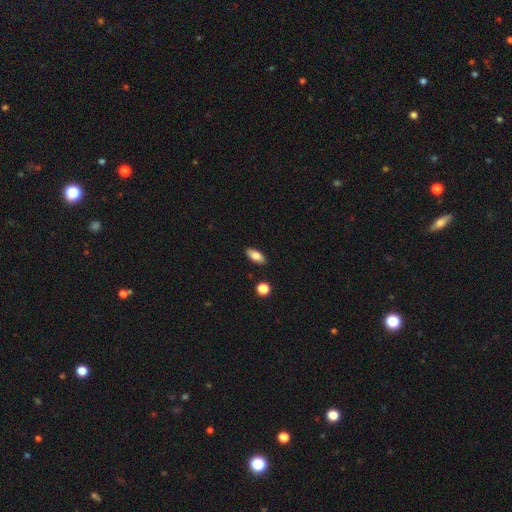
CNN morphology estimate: Q: Smooth or featured?
A: smooth (81%); runner-up: featured or disk (11%)
Q: How rounded?
A: in between (85%); runner-up: cigar-shaped (12%)
Q: Merging?
A: none (88%); runner-up: minor disturbance (9%)